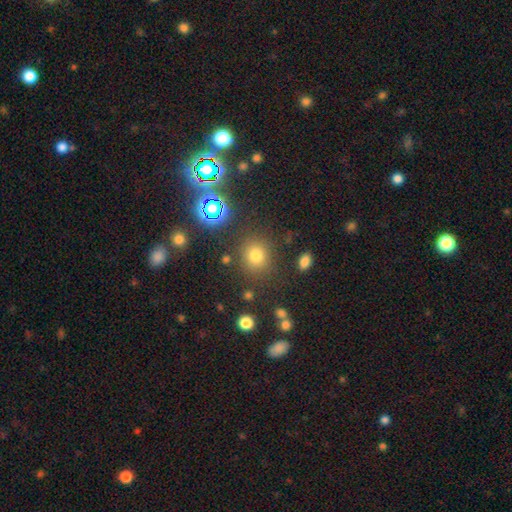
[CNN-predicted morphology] Overall: smooth (73%). How rounded: round (82%). Merging: none (83%).